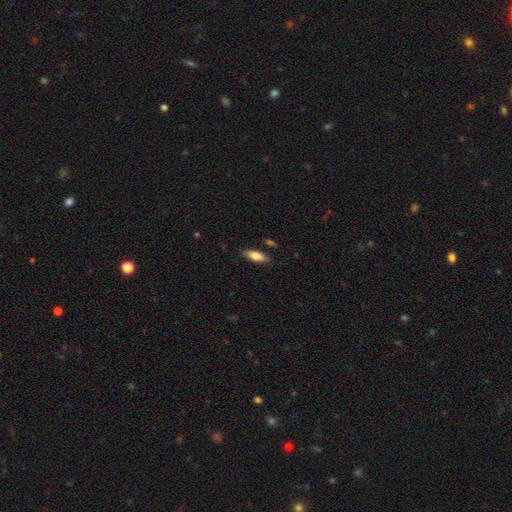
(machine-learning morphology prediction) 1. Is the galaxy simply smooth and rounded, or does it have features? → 74% smooth, 19% featured or disk, 6% star or artifact.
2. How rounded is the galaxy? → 65% in between, 33% cigar-shaped, 2% round.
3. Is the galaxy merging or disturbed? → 85% none, 11% minor disturbance, 2% major disturbance, 2% merger.